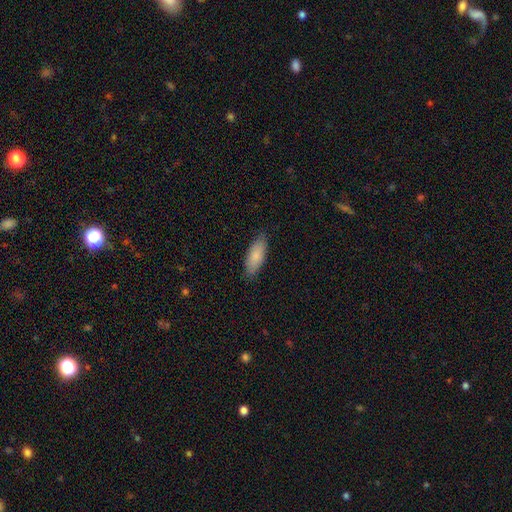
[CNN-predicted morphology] A smooth galaxy with no disk features (83%) that is in between round and cigar-shaped (71%). Merging: none (84%).